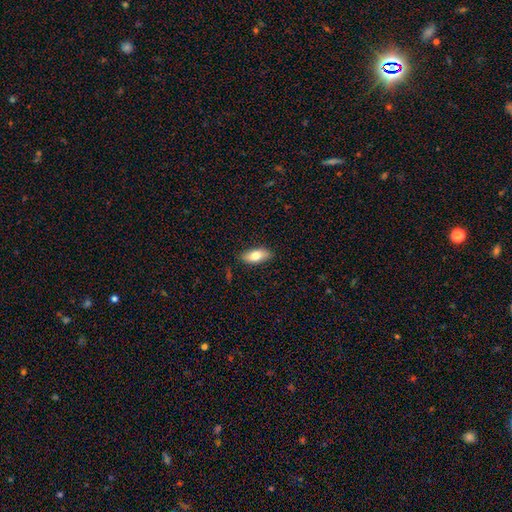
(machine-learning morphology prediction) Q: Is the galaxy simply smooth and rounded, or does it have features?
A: smooth — 76%.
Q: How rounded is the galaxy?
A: in between — 85%.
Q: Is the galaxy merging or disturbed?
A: none — 87%.